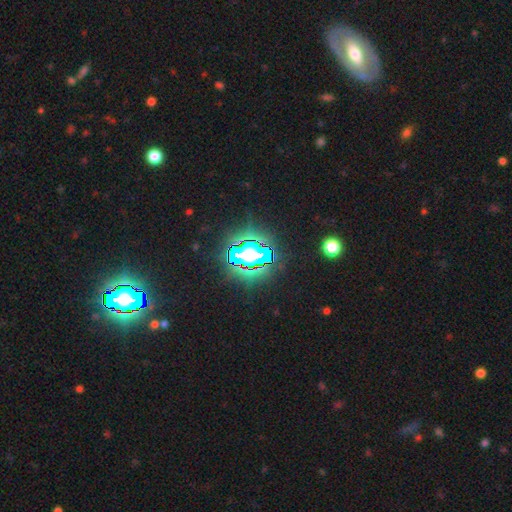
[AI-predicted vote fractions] This appears to be a star or artifact, not a galaxy (76%).